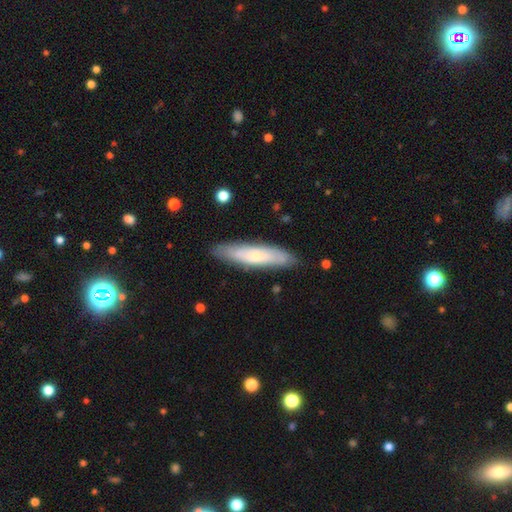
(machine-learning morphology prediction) Overall: smooth (53%; featured or disk 41%). How rounded: cigar-shaped (75%). Merging: none (86%).